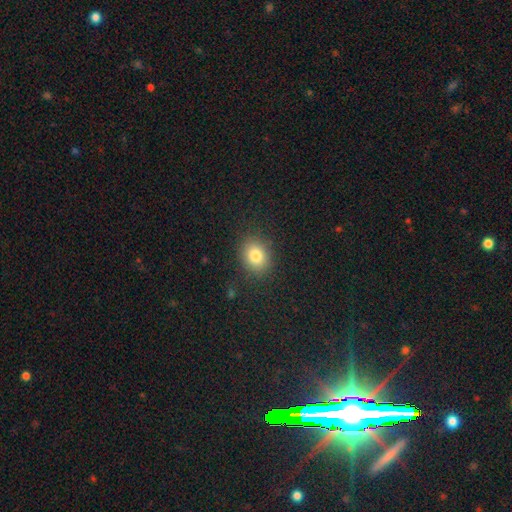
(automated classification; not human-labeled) A smooth galaxy with no disk features (81%) that is round (53%). Merging: none (86%).